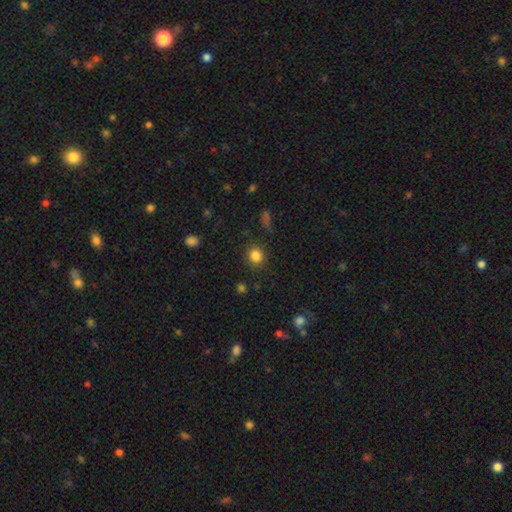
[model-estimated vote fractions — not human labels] The model was most divided on "how rounded": round: 78%, in between: 21%, cigar-shaped: 1%. More confident: merging — none (86%); smooth or featured — smooth (84%).